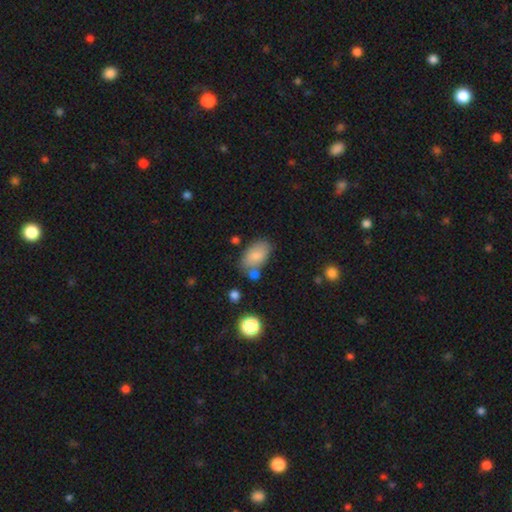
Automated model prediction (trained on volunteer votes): smooth-or-featured: smooth: 80% | featured or disk: 13% | star or artifact: 8%
  how-rounded: in between: 93% | round: 6% | cigar-shaped: 2%
  merging: none: 60% | minor disturbance: 19% | merger: 15% | major disturbance: 6%